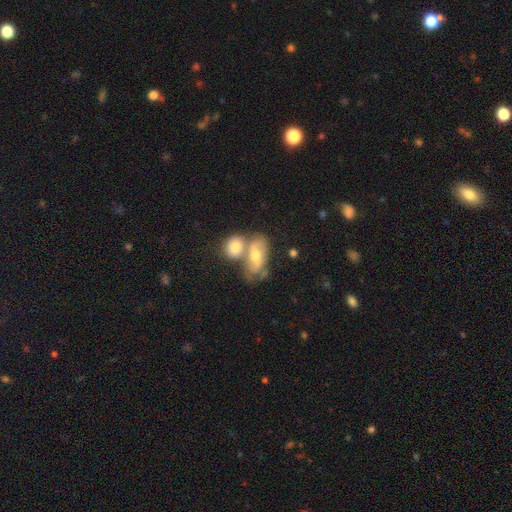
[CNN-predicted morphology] This appears to be a featured or disk galaxy (47%). Merging: merger (53%).